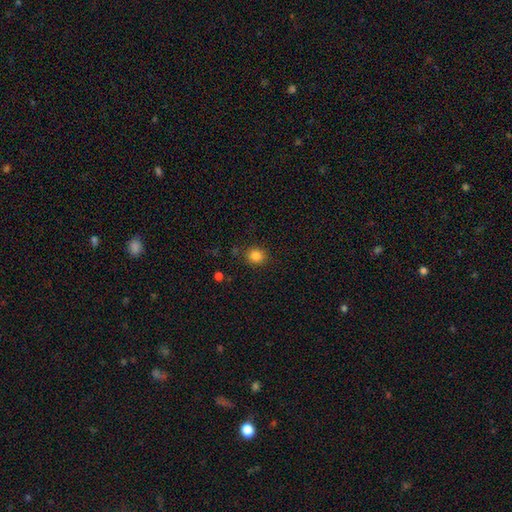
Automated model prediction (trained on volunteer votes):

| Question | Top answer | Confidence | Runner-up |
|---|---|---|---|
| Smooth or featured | smooth | 84% | star or artifact (11%) |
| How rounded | round | 76% | in between (23%) |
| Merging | none | 85% | minor disturbance (10%) |